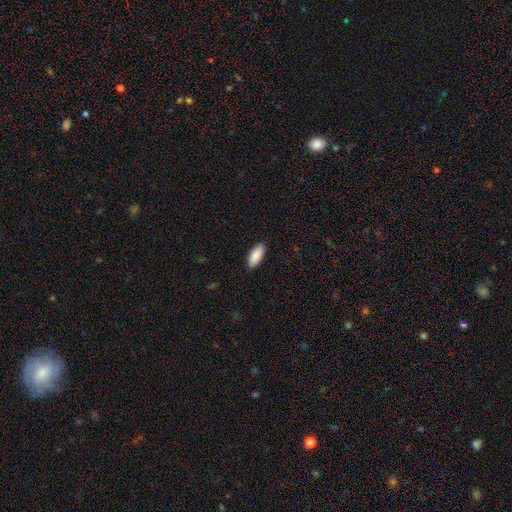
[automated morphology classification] smooth-or-featured: smooth: 90% | star or artifact: 6% | featured or disk: 4%
  how-rounded: in between: 87% | cigar-shaped: 11% | round: 2%
  merging: none: 89% | minor disturbance: 8% | major disturbance: 2% | merger: 1%